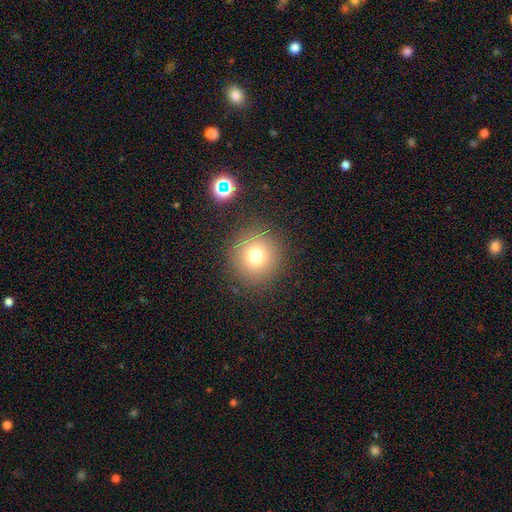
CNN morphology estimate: A smooth galaxy with no disk features (73%) that is round (94%).

Vote fractions:
- Smooth or featured? smooth: 73% / star or artifact: 16% / featured or disk: 11%
- How rounded? round: 94% / in between: 5% / cigar-shaped: 1%
- Merging? none: 87% / minor disturbance: 7% / major disturbance: 4% / merger: 2%